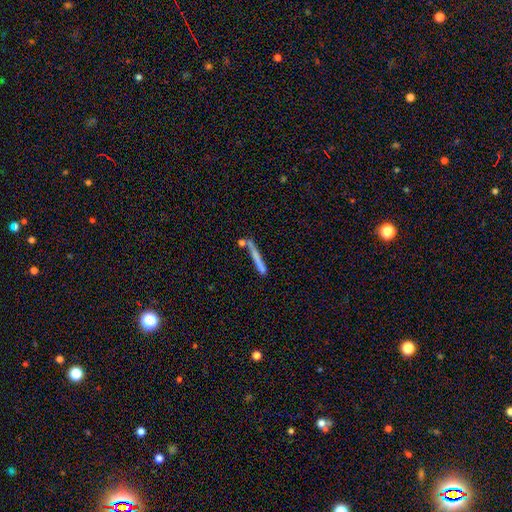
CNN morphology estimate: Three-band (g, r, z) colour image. It shows a smooth galaxy with no disk features (37%). Merging: none (70%).